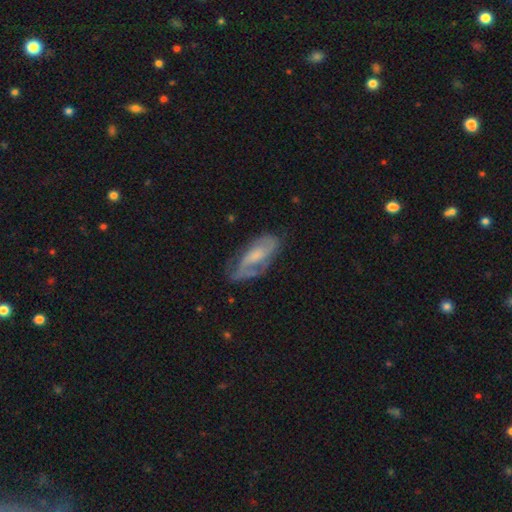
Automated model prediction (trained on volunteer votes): Morphology: type=featured or disk (72%); edge-on=no (92%); bar=no (46%); spiral arms=yes (89%); winding=medium (46%); arm count=2 (68%); bulge=small (35%); merging=none (60%).